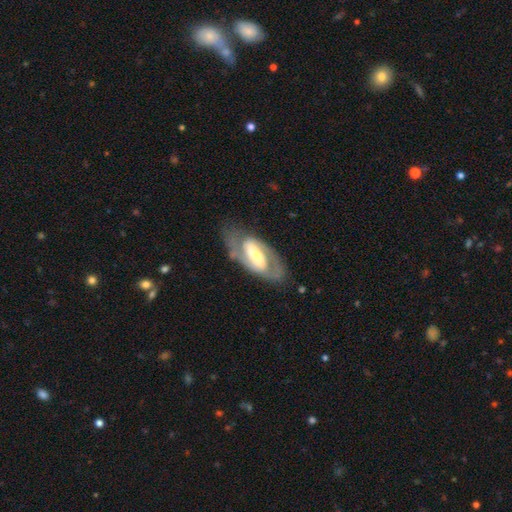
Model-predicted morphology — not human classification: Smooth or featured?
  - featured or disk: 81% *
  - smooth: 14%
  - star or artifact: 5%
Edge-on disk?
  - no: 94% *
  - yes: 6%
Bar?
  - strong: 53% *
  - weak: 31%
  - no: 17%
Spiral arms?
  - yes: 83% *
  - no: 17%
Spiral winding?
  - medium: 48% *
  - tight: 34%
  - loose: 18%
Spiral arm count?
  - 2: 84% *
  - can't tell: 9%
  - 1: 4%
  - 3: 1%
  - 4: 1%
  - more than 4: 1%
Bulge size?
  - moderate: 51% *
  - small: 36%
  - large: 9%
  - none: 2%
  - dominant: 1%
Merging?
  - none: 71% *
  - minor disturbance: 17%
  - major disturbance: 10%
  - merger: 2%